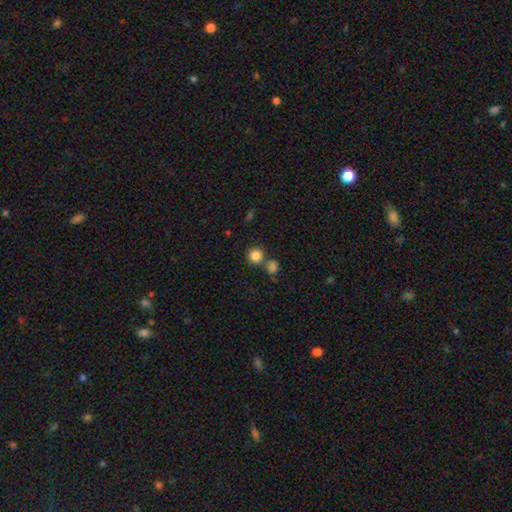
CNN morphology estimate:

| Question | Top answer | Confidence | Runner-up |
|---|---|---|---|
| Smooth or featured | smooth | 85% | star or artifact (10%) |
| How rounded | round | 91% | in between (8%) |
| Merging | none | 66% | merger (23%) |